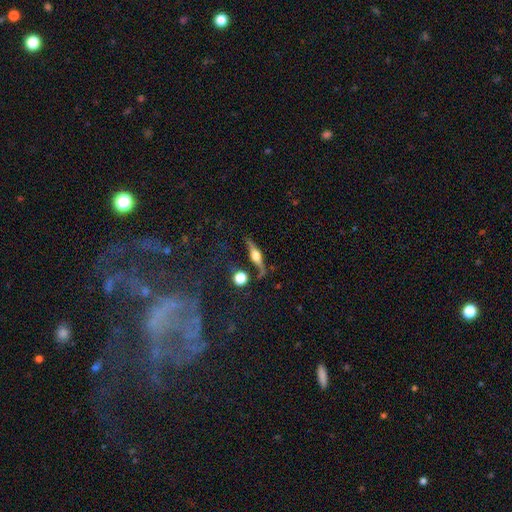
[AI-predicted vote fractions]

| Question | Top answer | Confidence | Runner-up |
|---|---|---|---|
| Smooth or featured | featured or disk | 74% | smooth (19%) |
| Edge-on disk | yes | 95% | no (5%) |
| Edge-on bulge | rounded | 93% | boxy (5%) |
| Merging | none | 77% | minor disturbance (13%) |